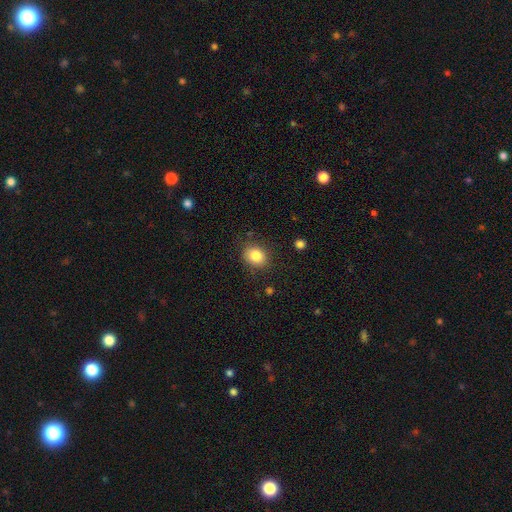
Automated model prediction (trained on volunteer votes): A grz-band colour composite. It shows a smooth galaxy with no disk features (84%) that is round (58%). Merging: none (84%).